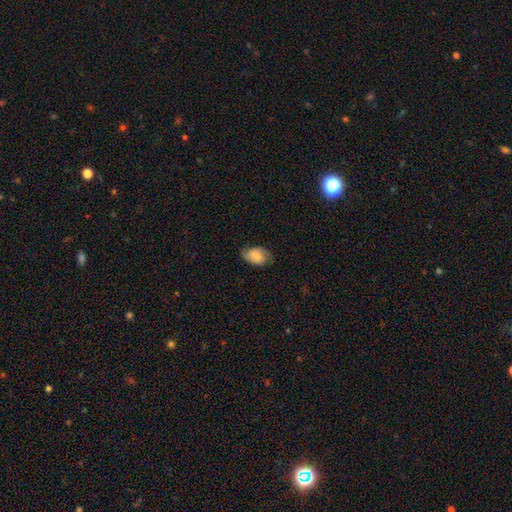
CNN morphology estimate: Smooth or featured? Predicted: smooth (p=0.57). How rounded? Predicted: in between (p=0.84). Merging? Predicted: none (p=0.65).